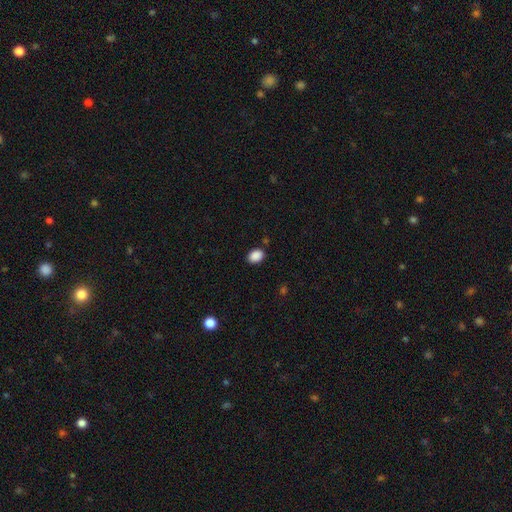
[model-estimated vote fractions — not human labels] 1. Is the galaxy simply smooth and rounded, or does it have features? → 89% smooth, 9% star or artifact, 3% featured or disk.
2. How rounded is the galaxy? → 74% in between, 25% round, 1% cigar-shaped.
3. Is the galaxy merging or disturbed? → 85% none, 10% minor disturbance, 3% major disturbance, 2% merger.